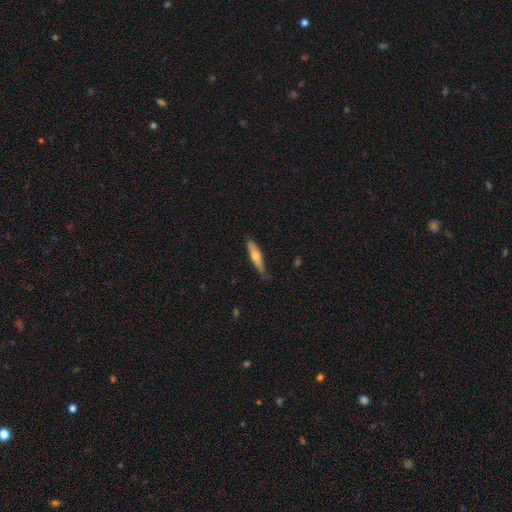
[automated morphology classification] A smooth galaxy with no disk features (56%) that is cigar-shaped (77%). Merging: none (73%).